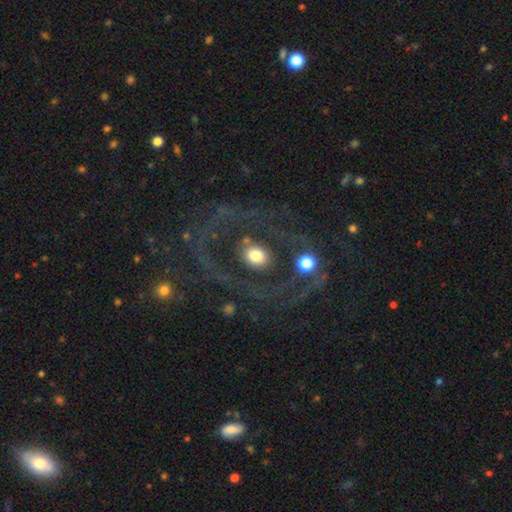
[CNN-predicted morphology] Q: Smooth or featured?
A: featured or disk (53%); runner-up: smooth (36%)
Q: Edge-on disk?
A: no (93%); runner-up: yes (7%)
Q: Merging?
A: none (65%); runner-up: major disturbance (17%)